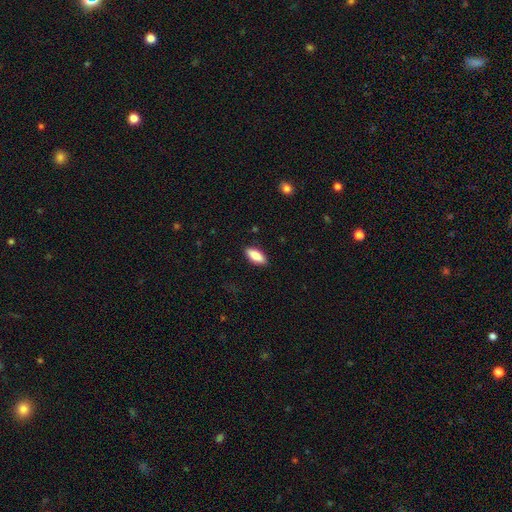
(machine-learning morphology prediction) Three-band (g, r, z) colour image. It shows a smooth galaxy with no disk features (85%) that is in between round and cigar-shaped (78%). Merging: none (89%).